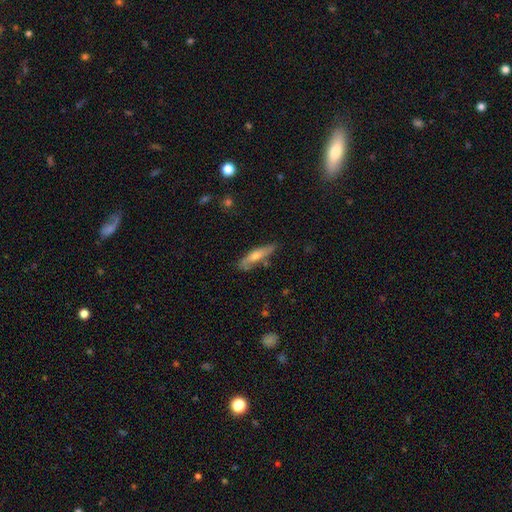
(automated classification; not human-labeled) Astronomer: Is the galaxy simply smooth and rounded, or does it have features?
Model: smooth — 48% (runner-up: featured or disk, 44%).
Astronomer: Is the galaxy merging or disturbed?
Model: none — 70%.